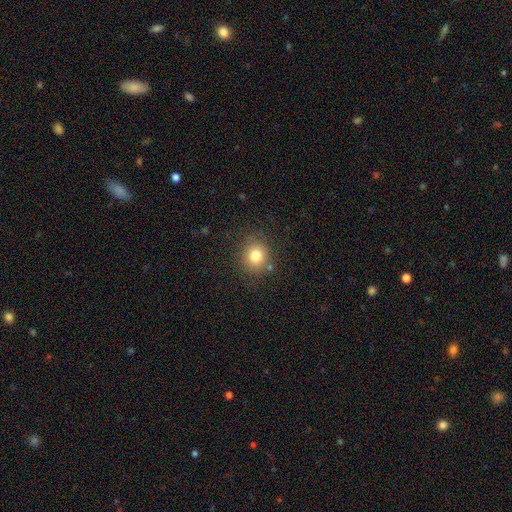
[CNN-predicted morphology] smooth 79%, star or artifact 12%, featured or disk 8%. Down the decision tree: how rounded — round (83%); merging — none (83%).